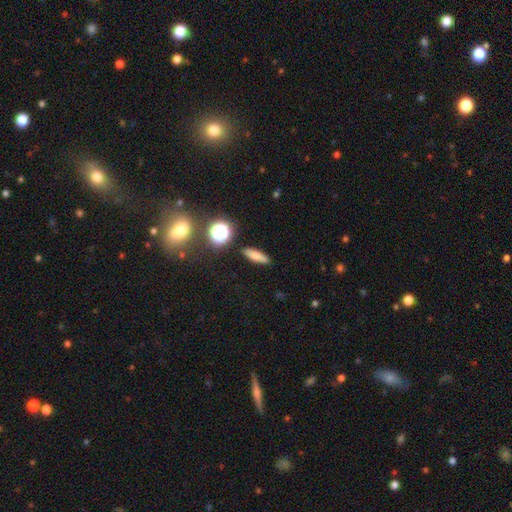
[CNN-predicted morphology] Smooth or featured: smooth — 71% (featured or disk — 15%)
How rounded: cigar-shaped — 53% (in between — 37%)
Merging: none — 85% (minor disturbance — 10%)